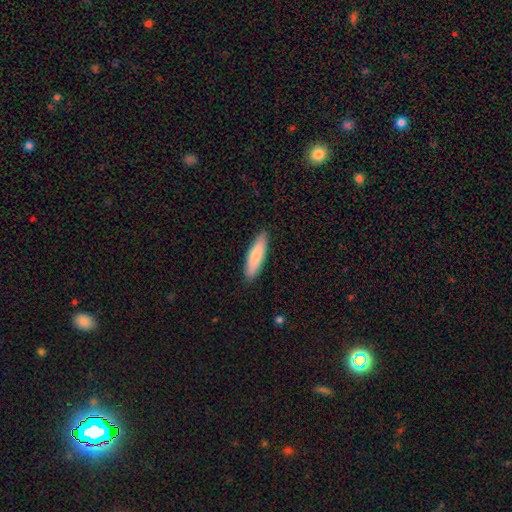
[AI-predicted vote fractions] This is clearly a smooth galaxy (83%). How rounded: likely cigar-shaped (68%). Merging: clearly none (89%).